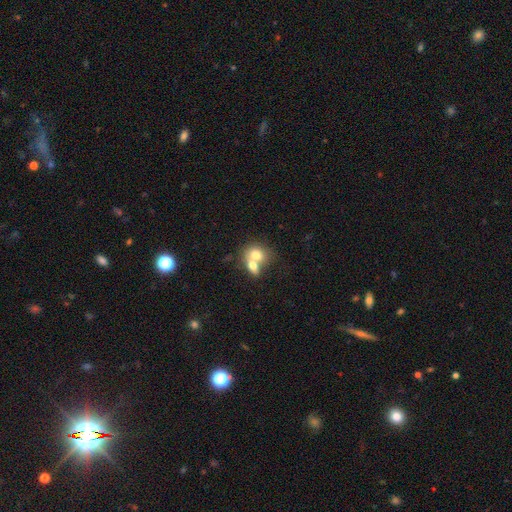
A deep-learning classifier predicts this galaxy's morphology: Smooth or featured?
  - smooth: 72% *
  - featured or disk: 20%
  - star or artifact: 8%
How rounded?
  - in between: 50% *
  - round: 49%
  - cigar-shaped: 1%
Merging?
  - merger: 68% *
  - none: 22%
  - minor disturbance: 6%
  - major disturbance: 3%